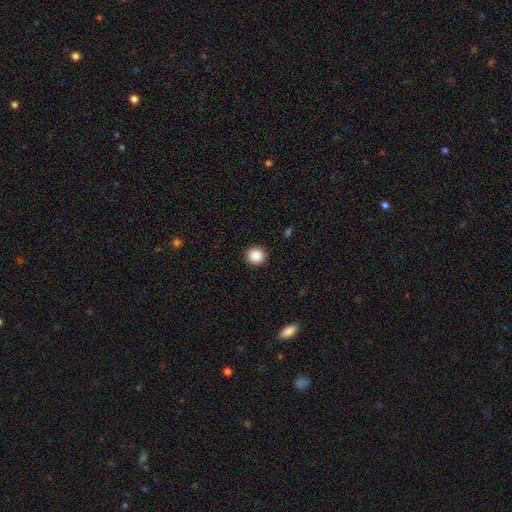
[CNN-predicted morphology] Smooth or featured? Predicted: smooth (p=0.89). How rounded? Predicted: round (p=0.90). Merging? Predicted: none (p=0.92).